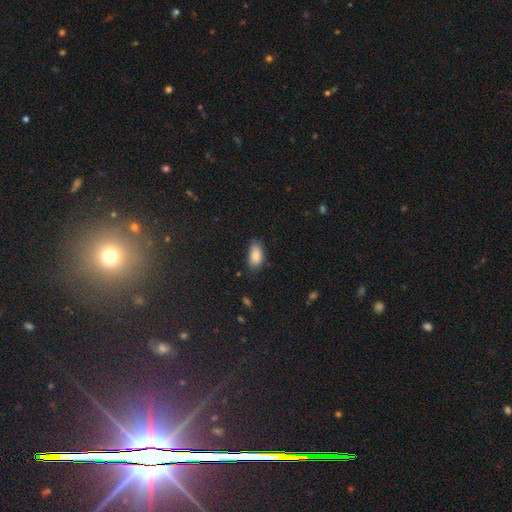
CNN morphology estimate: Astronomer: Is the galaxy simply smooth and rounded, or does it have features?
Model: smooth — 85%.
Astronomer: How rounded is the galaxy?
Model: in between — 92%.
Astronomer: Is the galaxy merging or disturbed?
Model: none — 66%.